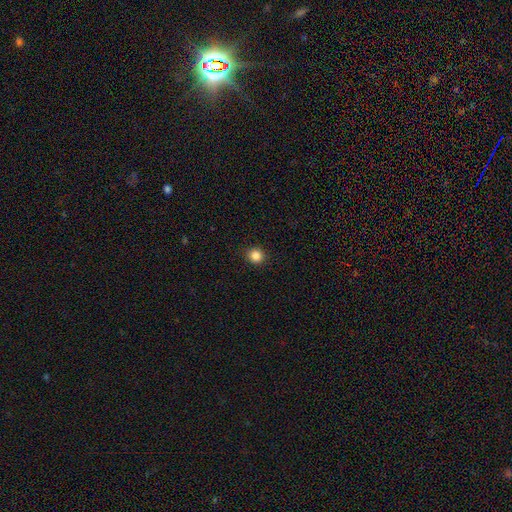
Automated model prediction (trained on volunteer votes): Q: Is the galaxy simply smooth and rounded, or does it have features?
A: smooth — 85%.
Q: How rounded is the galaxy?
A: round — 91%.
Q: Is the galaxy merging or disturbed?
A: none — 91%.